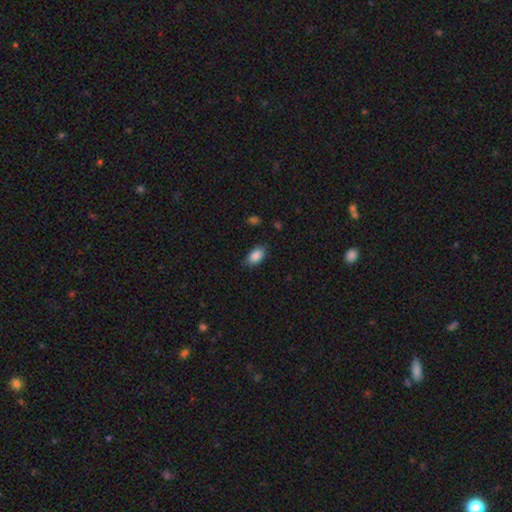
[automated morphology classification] The model was most divided on "merging": none: 80%, minor disturbance: 15%, major disturbance: 3%, merger: 1%. More confident: how rounded — in between (91%); smooth or featured — smooth (87%).